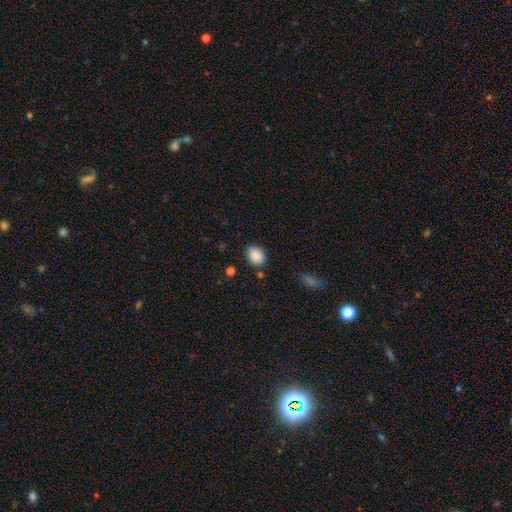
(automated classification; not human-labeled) Smooth or featured?
  - smooth: 89% *
  - star or artifact: 8%
  - featured or disk: 3%
How rounded?
  - in between: 69% *
  - round: 30%
  - cigar-shaped: 1%
Merging?
  - none: 81% *
  - minor disturbance: 13%
  - major disturbance: 3%
  - merger: 3%